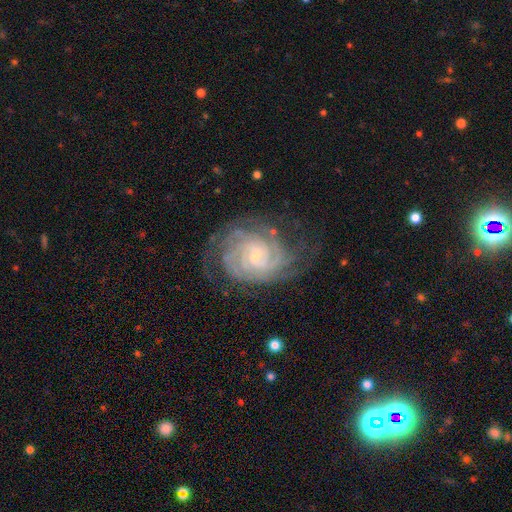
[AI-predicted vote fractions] Smooth or featured? Predicted: featured or disk (p=0.90). Edge-on disk? Predicted: no (p=0.98). Bar? Predicted: no (p=0.61). Spiral arms? Predicted: yes (p=0.98). Spiral winding? Predicted: tight (p=0.79). Spiral arm count? Predicted: 4 (p=0.23). Bulge size? Predicted: small (p=0.79). Merging? Predicted: none (p=0.70).